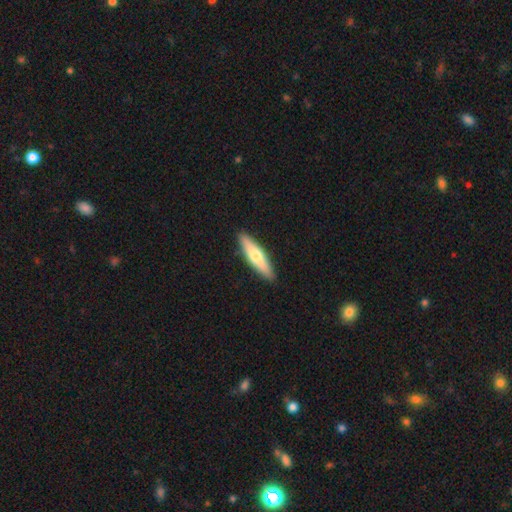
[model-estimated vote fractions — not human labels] This is likely a smooth galaxy (62%). How rounded: likely cigar-shaped (73%). Merging: clearly none (90%).